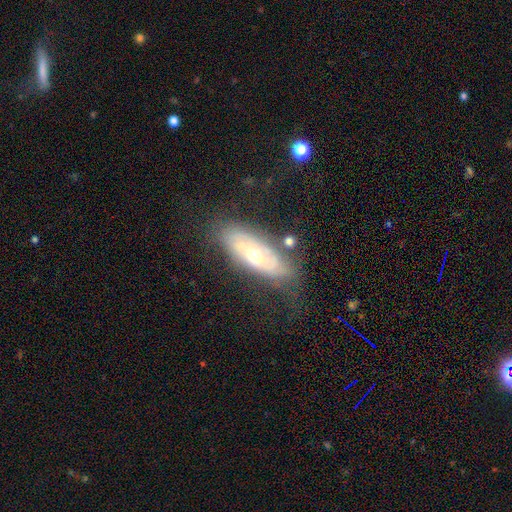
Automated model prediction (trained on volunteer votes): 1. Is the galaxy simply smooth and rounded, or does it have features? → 60% featured or disk, 33% smooth, 7% star or artifact.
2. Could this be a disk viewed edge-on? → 77% no, 23% yes.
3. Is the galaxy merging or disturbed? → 64% none, 22% minor disturbance, 10% major disturbance, 4% merger.